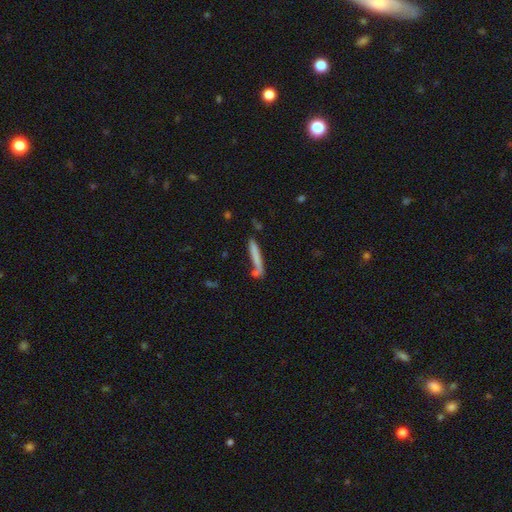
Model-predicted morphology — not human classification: smooth-or-featured: smooth: 71% | featured or disk: 22% | star or artifact: 7%
  how-rounded: cigar-shaped: 94% | in between: 5% | round: 1%
  merging: none: 69% | minor disturbance: 15% | merger: 12% | major disturbance: 4%